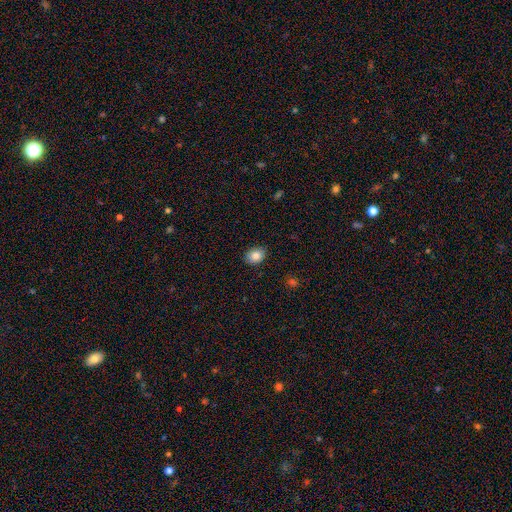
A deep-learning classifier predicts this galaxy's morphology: Overall: smooth (86%). How rounded: in between (62%; round 37%). Merging: none (89%).